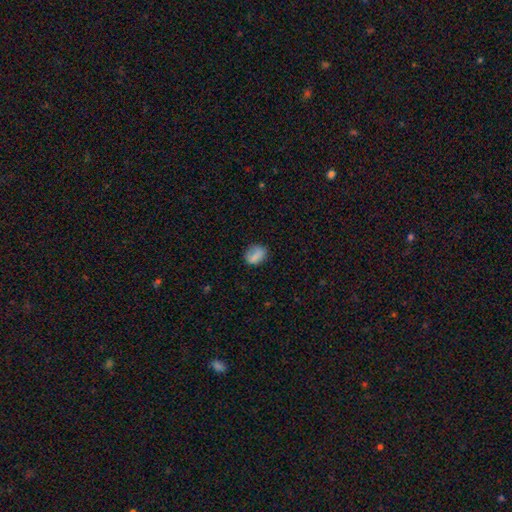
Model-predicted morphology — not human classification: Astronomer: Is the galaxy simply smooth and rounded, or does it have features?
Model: smooth — 81%.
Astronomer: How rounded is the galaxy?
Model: in between — 58% (runner-up: round, 40%).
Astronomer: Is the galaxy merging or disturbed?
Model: none — 71%.